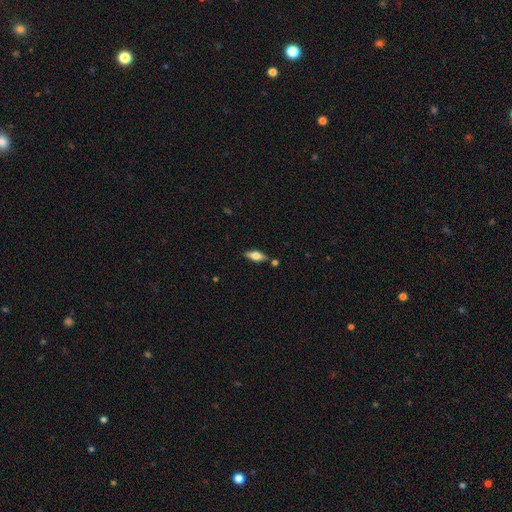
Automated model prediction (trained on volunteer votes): smooth_or_featured: smooth (p=0.52) [alt: featured or disk p=0.41]
how_rounded: in between (p=0.65) [alt: cigar-shaped p=0.32]
merging: none (p=0.83) [alt: minor disturbance p=0.11]